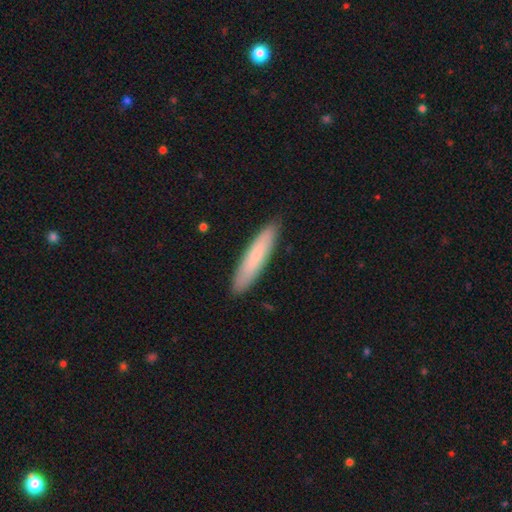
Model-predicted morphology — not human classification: type=smooth (76%); roundness=cigar-shaped (85%); merging=none (90%).